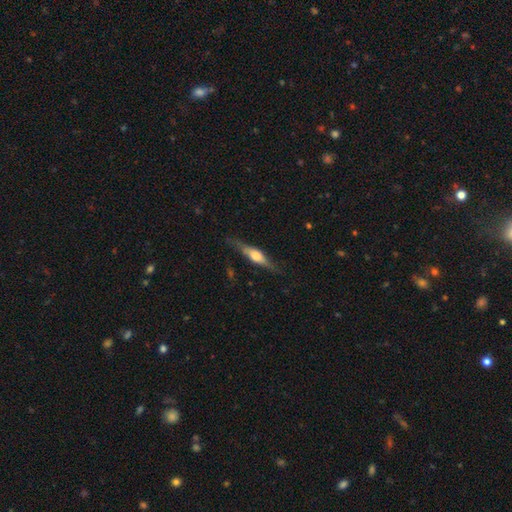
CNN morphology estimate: smooth_or_featured: featured or disk (p=0.62) [alt: smooth p=0.32]
disk_edge_on: yes (p=0.94) [alt: no p=0.06]
edge_on_bulge: rounded (p=0.85) [alt: boxy p=0.12]
merging: none (p=0.76) [alt: minor disturbance p=0.18]